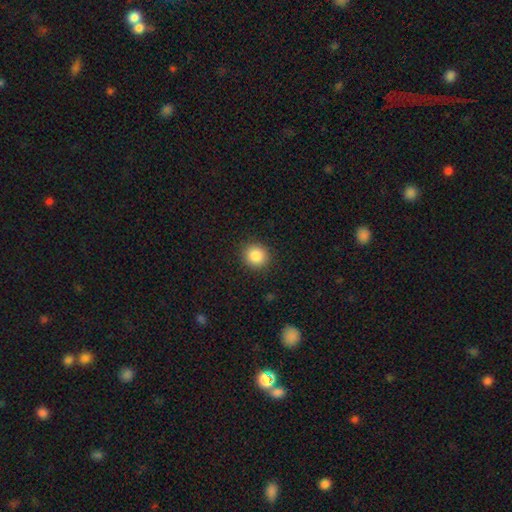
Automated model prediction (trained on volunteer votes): Smooth or featured? Predicted: smooth (p=0.86). How rounded? Predicted: round (p=0.87). Merging? Predicted: none (p=0.91).